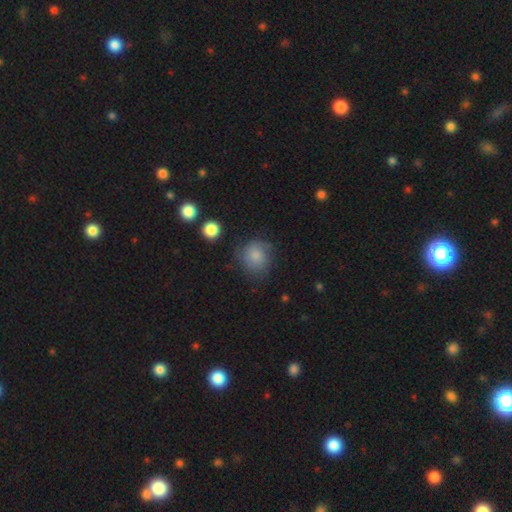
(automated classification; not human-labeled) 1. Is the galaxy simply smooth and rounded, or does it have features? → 72% smooth, 18% featured or disk, 11% star or artifact.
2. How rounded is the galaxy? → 85% round, 14% in between, 1% cigar-shaped.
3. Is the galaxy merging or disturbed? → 68% none, 22% minor disturbance, 8% major disturbance, 2% merger.